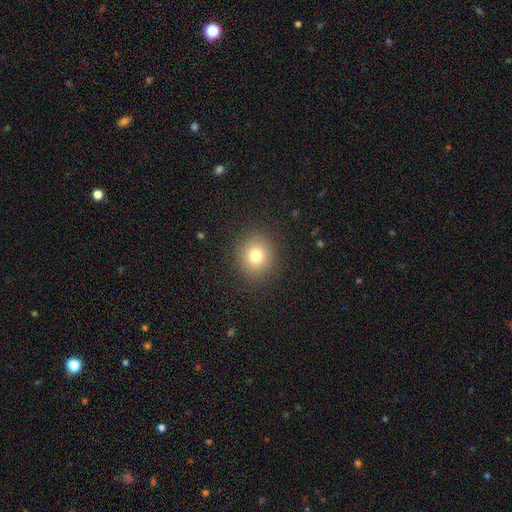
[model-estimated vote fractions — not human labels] Smooth or featured: smooth — 76% (star or artifact — 14%)
How rounded: round — 87% (in between — 12%)
Merging: none — 90% (minor disturbance — 6%)